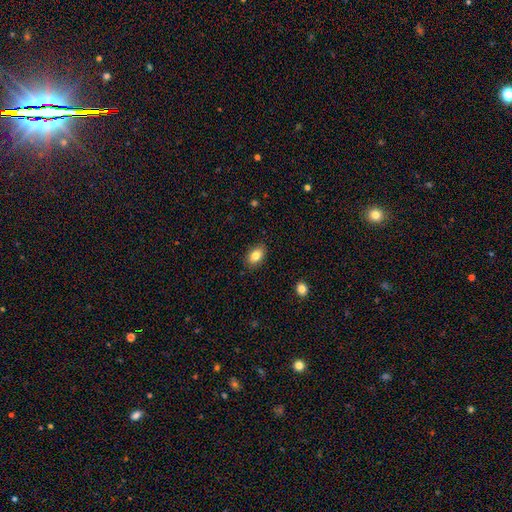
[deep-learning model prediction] smooth 83%, featured or disk 9%, star or artifact 8%. Down the decision tree: how rounded — in between (87%); merging — none (87%).